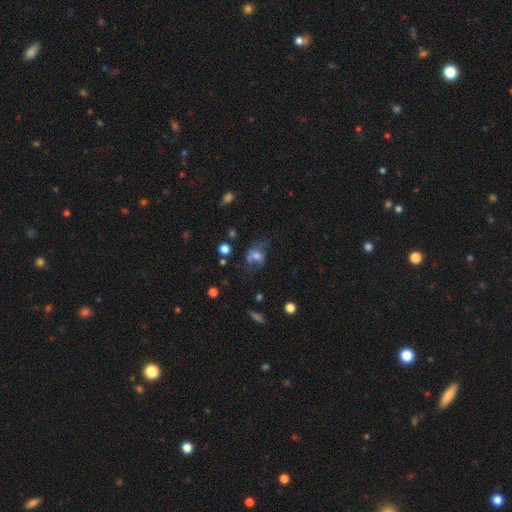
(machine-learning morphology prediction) This appears to be a smooth galaxy with no disk features (59%) that is in between round and cigar-shaped (59%). Merging: none (38%).